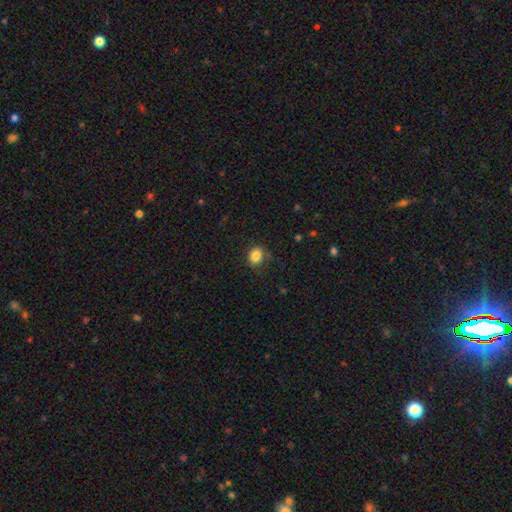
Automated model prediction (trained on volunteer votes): smooth-or-featured: smooth: 84% | star or artifact: 10% | featured or disk: 6%
  how-rounded: round: 53% | in between: 46% | cigar-shaped: 1%
  merging: none: 69% | minor disturbance: 21% | major disturbance: 8% | merger: 1%